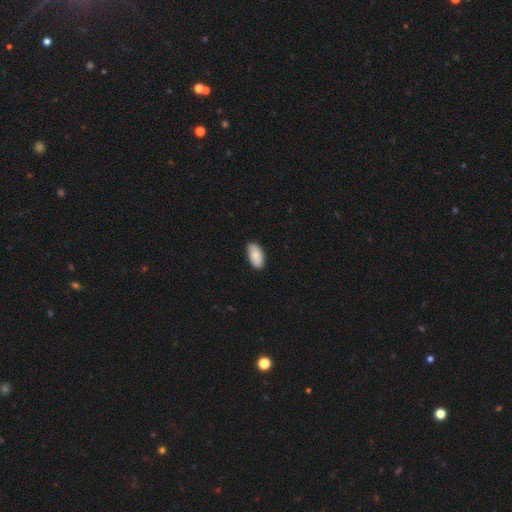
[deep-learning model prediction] Q: Smooth or featured?
A: smooth (87%); runner-up: featured or disk (7%)
Q: How rounded?
A: in between (95%); runner-up: cigar-shaped (3%)
Q: Merging?
A: none (86%); runner-up: minor disturbance (11%)